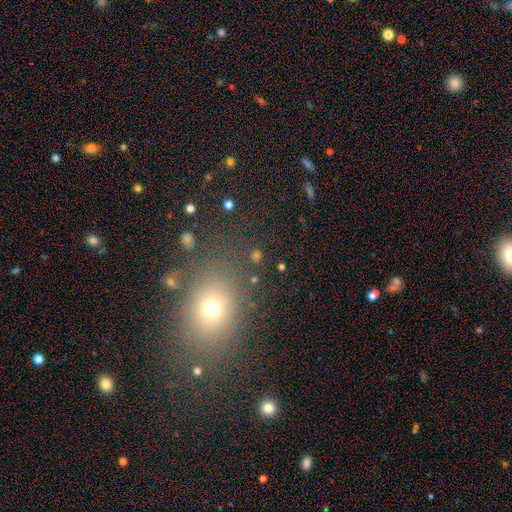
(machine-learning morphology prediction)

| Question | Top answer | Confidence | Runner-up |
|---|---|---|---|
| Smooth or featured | smooth | 57% | star or artifact (31%) |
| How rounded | round | 62% | in between (36%) |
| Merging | none | 76% | minor disturbance (11%) |